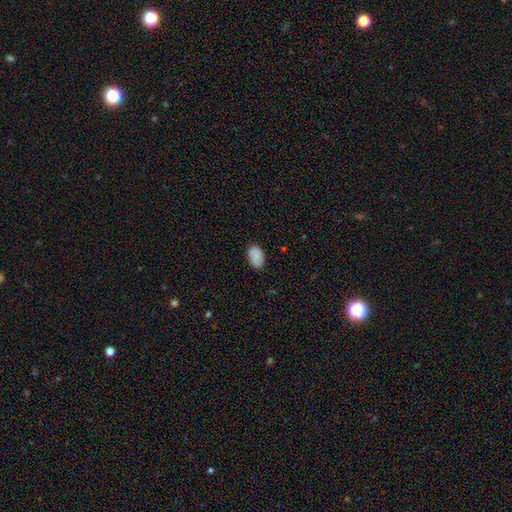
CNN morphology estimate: This appears to be a smooth galaxy with no disk features (86%) that is in between round and cigar-shaped (89%). Merging: none (81%).